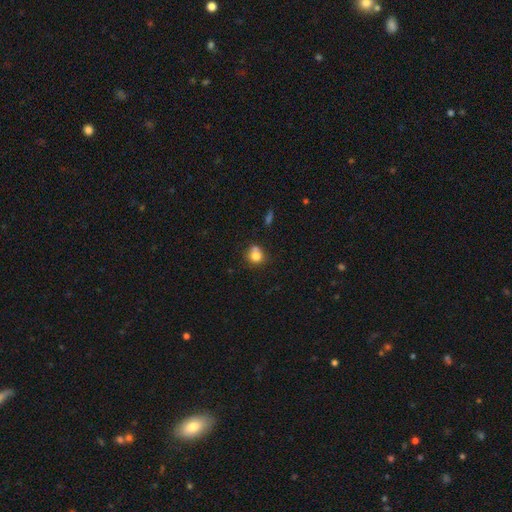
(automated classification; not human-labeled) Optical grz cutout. It shows a smooth galaxy with no disk features (78%) that is round (83%). Merging: none (51%).